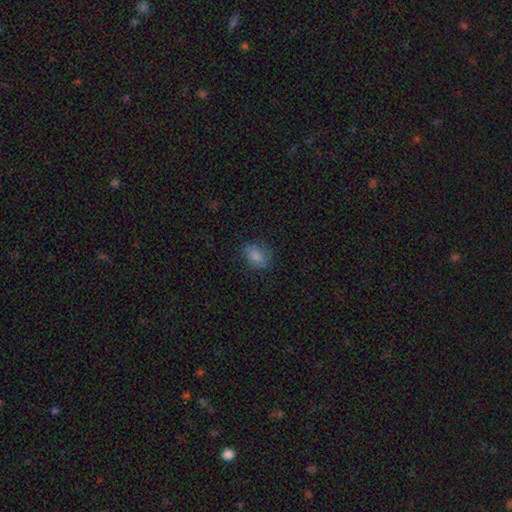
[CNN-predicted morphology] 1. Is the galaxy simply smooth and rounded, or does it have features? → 79% smooth, 13% star or artifact, 8% featured or disk.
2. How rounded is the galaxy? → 66% in between, 33% round, 2% cigar-shaped.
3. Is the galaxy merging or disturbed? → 79% none, 16% minor disturbance, 4% major disturbance, 1% merger.